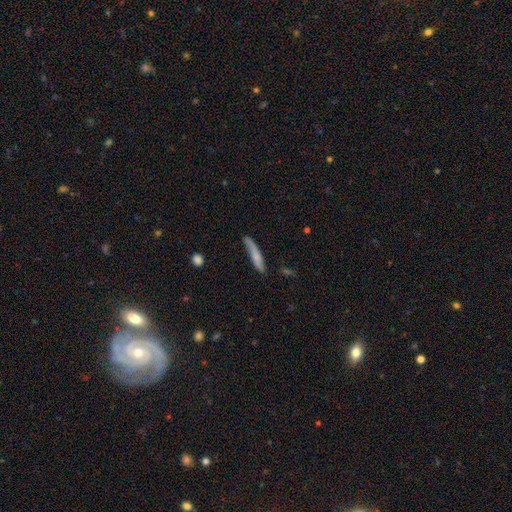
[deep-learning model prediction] The model was most divided on "smooth or featured": smooth: 64%, featured or disk: 30%, star or artifact: 6%. More confident: how rounded — cigar-shaped (89%); merging — none (62%).